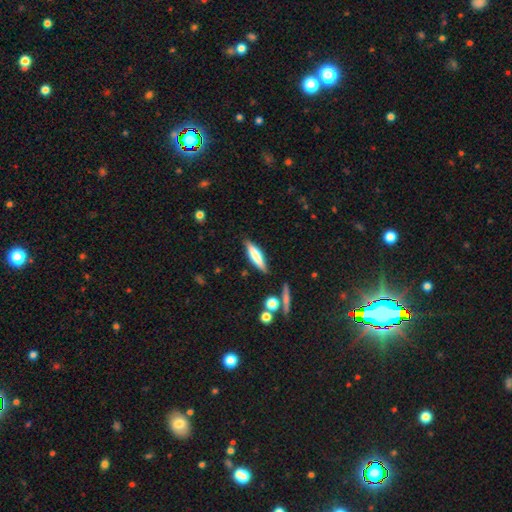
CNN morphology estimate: smooth-or-featured: smooth: 66% | featured or disk: 27% | star or artifact: 7%
  how-rounded: cigar-shaped: 73% | in between: 26% | round: 2%
  merging: none: 83% | minor disturbance: 12% | major disturbance: 3% | merger: 3%